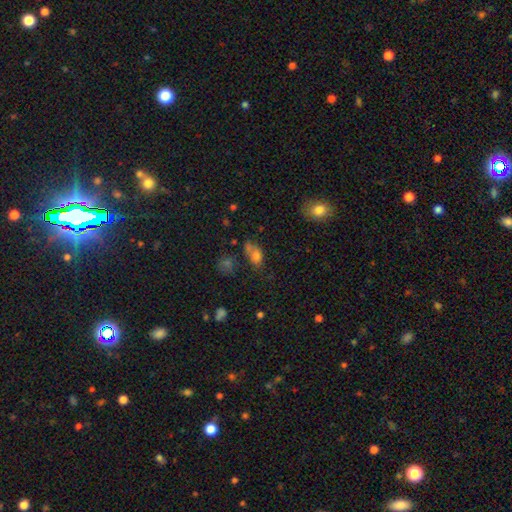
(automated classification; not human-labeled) Smooth or featured? smooth (72%)
How rounded? in between (75%)
Merging? none (39%)